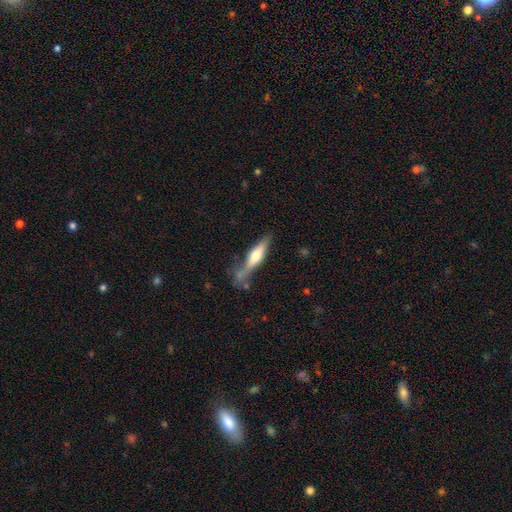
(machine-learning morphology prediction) Smooth or featured: featured or disk — 48% (smooth — 46%)
Merging: none — 56% (minor disturbance — 23%)